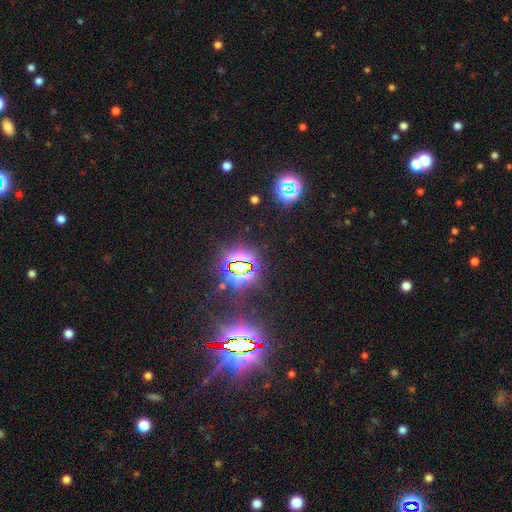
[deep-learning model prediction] A star or artifact, not a galaxy (83%).